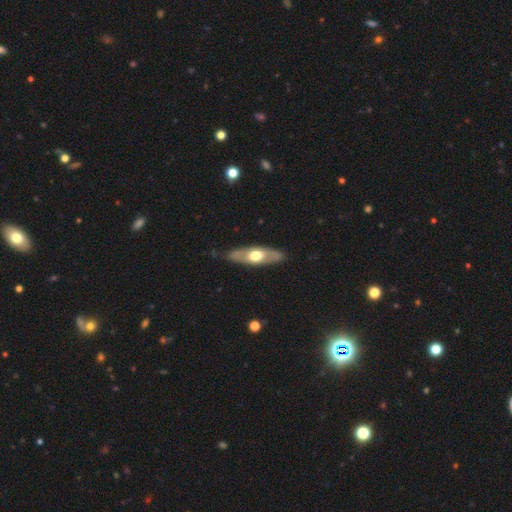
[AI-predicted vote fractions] smooth_or_featured: featured or disk (p=0.54) [alt: smooth p=0.41]
disk_edge_on: yes (p=0.51) [alt: no p=0.49]
merging: none (p=0.83) [alt: minor disturbance p=0.13]